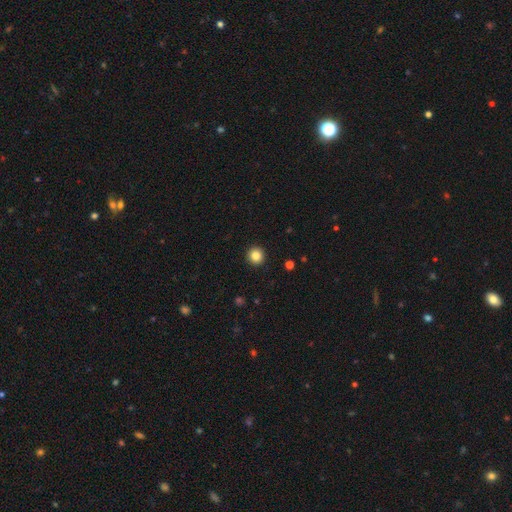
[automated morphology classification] This appears to be a smooth galaxy with no disk features (85%) that is round (95%). Merging: none (93%).